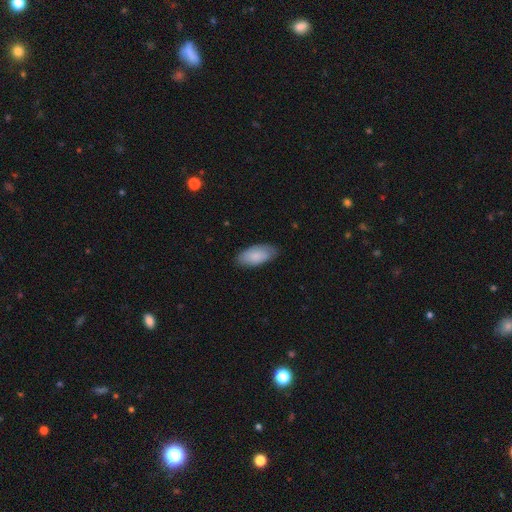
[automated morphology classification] smooth 84%, featured or disk 10%, star or artifact 5%. Down the decision tree: how rounded — in between (92%); merging — none (81%).